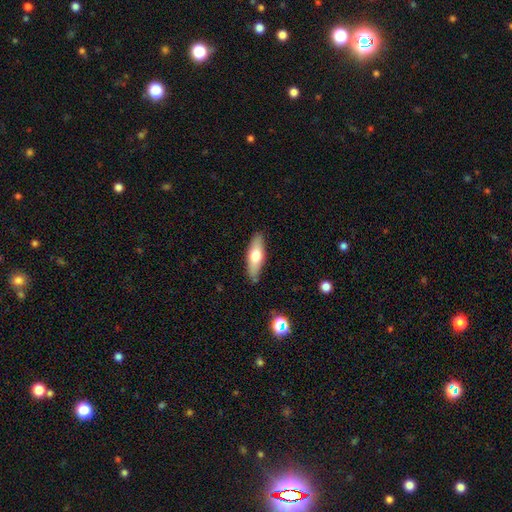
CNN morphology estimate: Smooth or featured: smooth — 61% (featured or disk — 33%)
How rounded: in between — 54% (cigar-shaped — 44%)
Merging: none — 84% (minor disturbance — 12%)